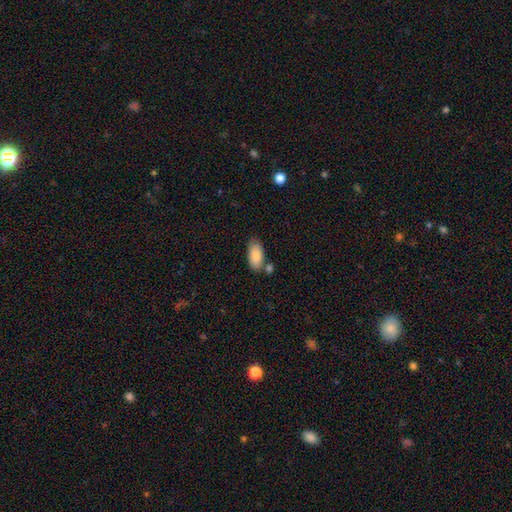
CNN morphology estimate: The model was most divided on "merging": none: 66%, minor disturbance: 16%, merger: 13%, major disturbance: 4%. More confident: how rounded — in between (91%); smooth or featured — smooth (88%).